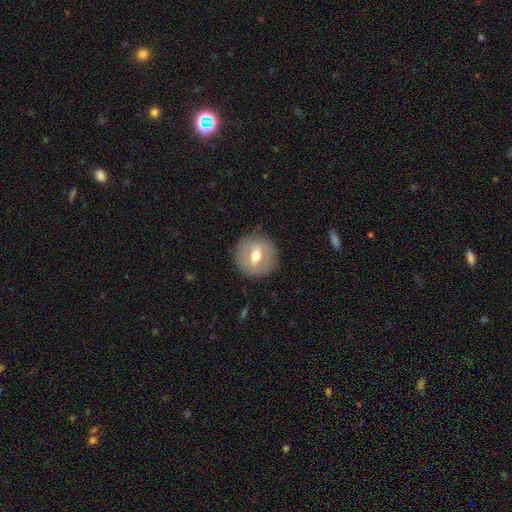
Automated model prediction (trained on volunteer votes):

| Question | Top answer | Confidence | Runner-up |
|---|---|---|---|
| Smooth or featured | featured or disk | 53% | smooth (40%) |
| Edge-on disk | no | 84% | yes (16%) |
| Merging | none | 87% | minor disturbance (8%) |